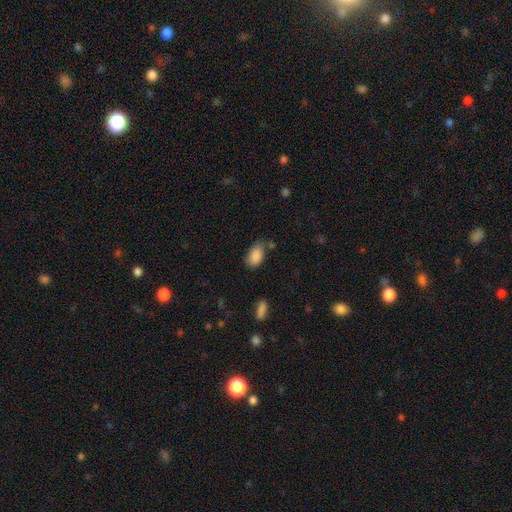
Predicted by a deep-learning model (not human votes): smooth_or_featured: smooth (p=0.88) [alt: star or artifact p=0.08]
how_rounded: in between (p=0.92) [alt: round p=0.07]
merging: none (p=0.66) [alt: minor disturbance p=0.23]